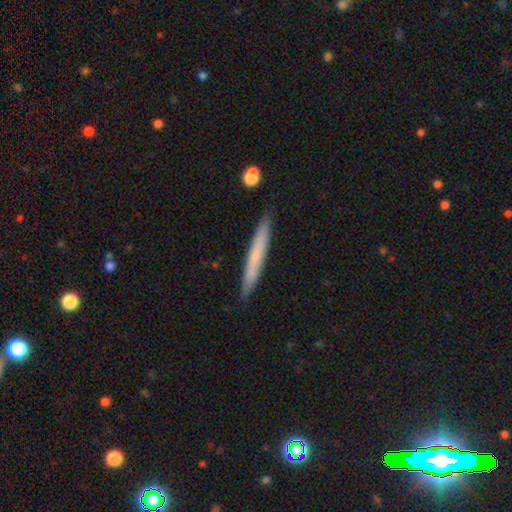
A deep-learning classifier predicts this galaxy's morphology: A smooth galaxy with no disk features (61%) that is cigar-shaped (96%). Merging: none (90%).